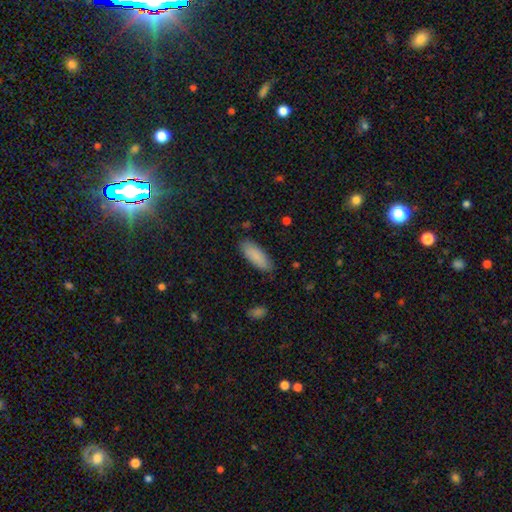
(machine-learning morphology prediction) smooth_or_featured: smooth (p=0.86) [alt: featured or disk p=0.08]
how_rounded: in between (p=0.69) [alt: cigar-shaped p=0.30]
merging: none (p=0.85) [alt: minor disturbance p=0.12]